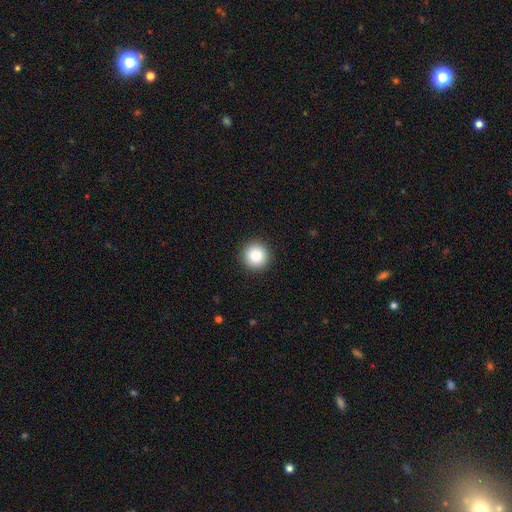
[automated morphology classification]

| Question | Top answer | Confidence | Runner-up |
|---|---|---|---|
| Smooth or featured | smooth | 85% | star or artifact (9%) |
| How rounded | round | 96% | in between (4%) |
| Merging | none | 93% | minor disturbance (5%) |